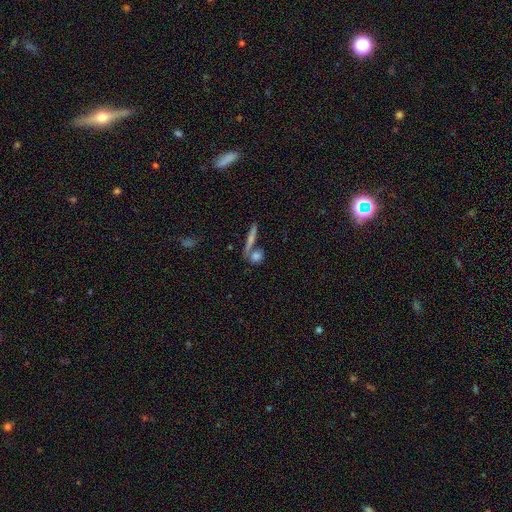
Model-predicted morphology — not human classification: Smooth or featured?
  - star or artifact: 37% *
  - smooth: 36%
  - featured or disk: 27%